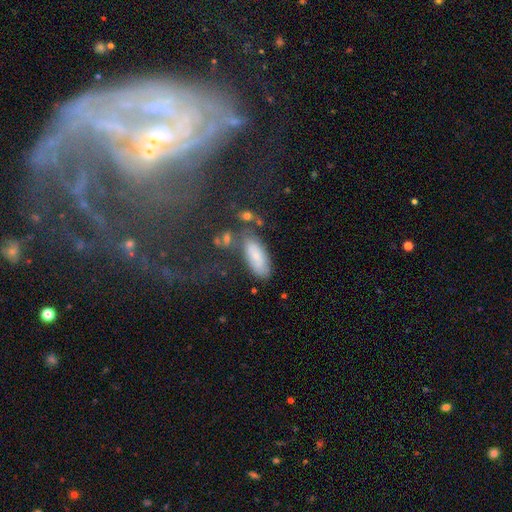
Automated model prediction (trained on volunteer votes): A smooth galaxy with no disk features (74%) that is in between round and cigar-shaped (77%). Merging: none (63%).